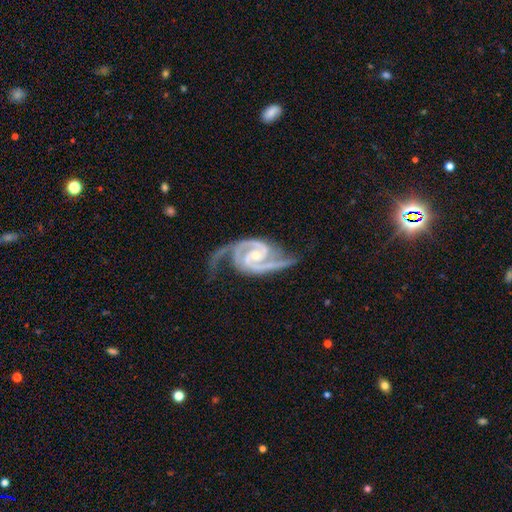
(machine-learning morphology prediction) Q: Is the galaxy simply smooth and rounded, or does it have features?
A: featured or disk — 94%.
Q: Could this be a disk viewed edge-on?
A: no — 98%.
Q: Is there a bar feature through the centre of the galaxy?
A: no — 53%.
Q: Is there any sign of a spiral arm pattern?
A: yes — 99%.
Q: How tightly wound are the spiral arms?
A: medium — 51%.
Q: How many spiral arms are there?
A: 2 — 90%.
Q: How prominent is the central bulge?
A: small — 60%.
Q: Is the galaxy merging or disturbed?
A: none — 59%.